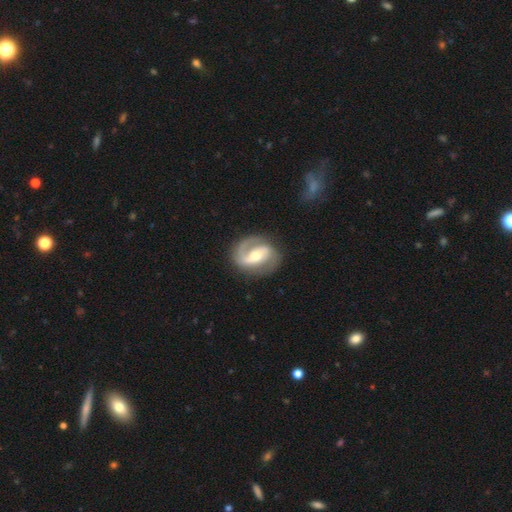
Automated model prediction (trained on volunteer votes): Morphology: type=featured or disk (86%); edge-on=no (97%); bar=weak (39%); spiral arms=yes (95%); winding=medium (50%); arm count=2 (80%); bulge=moderate (64%); merging=none (80%).